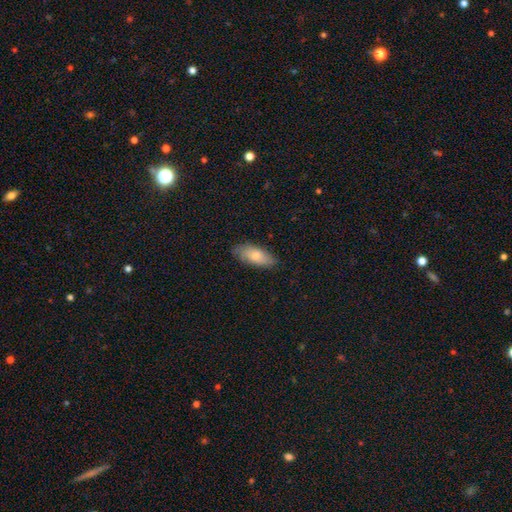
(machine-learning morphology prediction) This is likely a smooth galaxy (77%). How rounded: clearly in between (80%). Merging: likely none (77%).